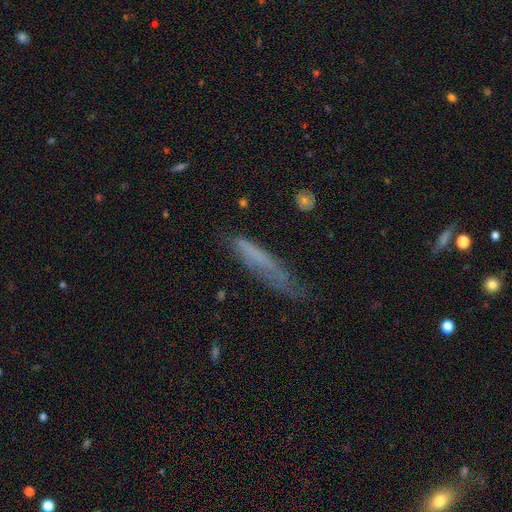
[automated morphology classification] smooth_or_featured: smooth (p=0.56) [alt: featured or disk p=0.34]
how_rounded: cigar-shaped (p=0.86) [alt: in between p=0.12]
merging: none (p=0.50) [alt: minor disturbance p=0.31]